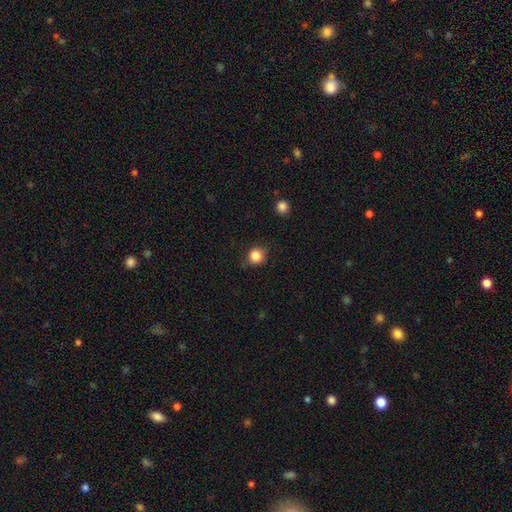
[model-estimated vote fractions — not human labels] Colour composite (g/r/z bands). It shows a smooth galaxy with no disk features (85%) that is round (89%). Merging: none (82%).